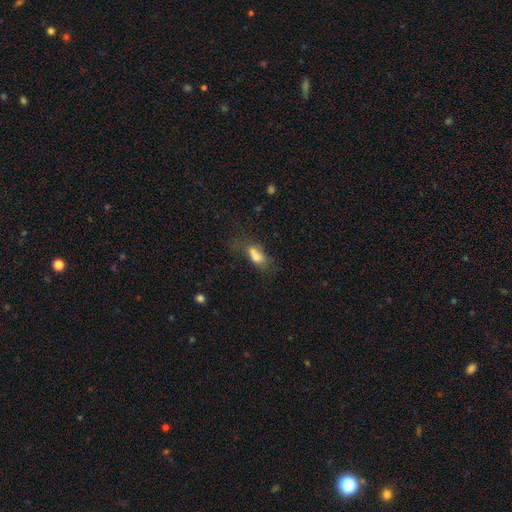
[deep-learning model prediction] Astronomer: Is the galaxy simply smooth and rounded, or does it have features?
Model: smooth — 68%.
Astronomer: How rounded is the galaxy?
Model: in between — 74%.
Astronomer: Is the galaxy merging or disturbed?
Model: merger — 44% (runner-up: none, 29%).